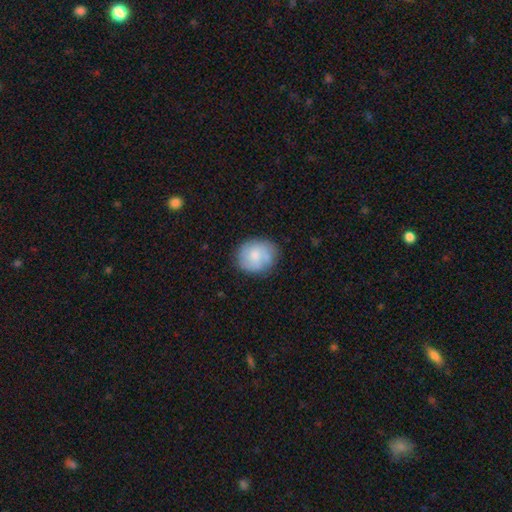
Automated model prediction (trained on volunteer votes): This is likely a smooth galaxy (69%). How rounded: likely round (68%). Merging: likely none (70%).